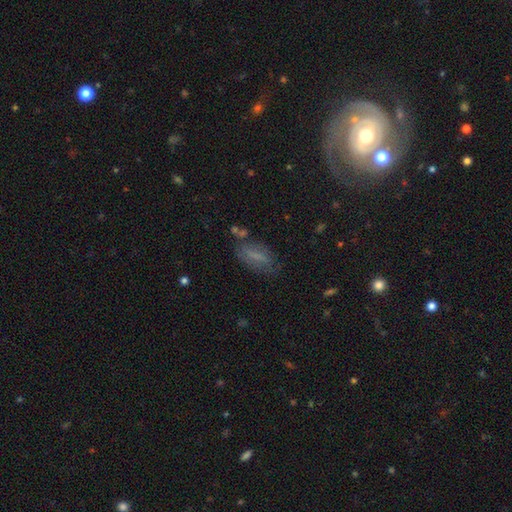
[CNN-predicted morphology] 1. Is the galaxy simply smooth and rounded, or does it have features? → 56% smooth, 29% featured or disk, 14% star or artifact.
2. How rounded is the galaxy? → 69% in between, 27% cigar-shaped, 4% round.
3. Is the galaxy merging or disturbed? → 63% none, 21% minor disturbance, 11% major disturbance, 5% merger.